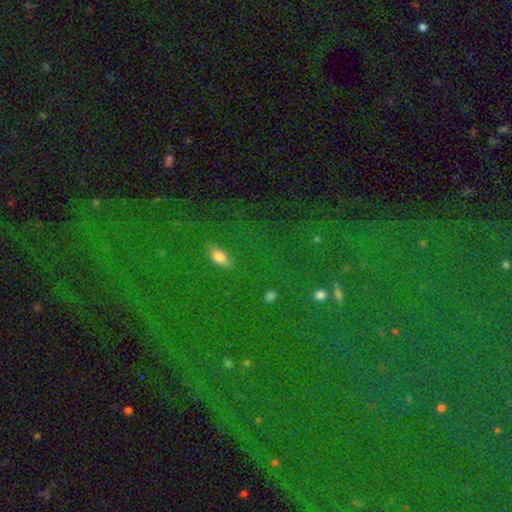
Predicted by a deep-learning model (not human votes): Q: Smooth or featured?
A: star or artifact (80%); runner-up: smooth (11%)